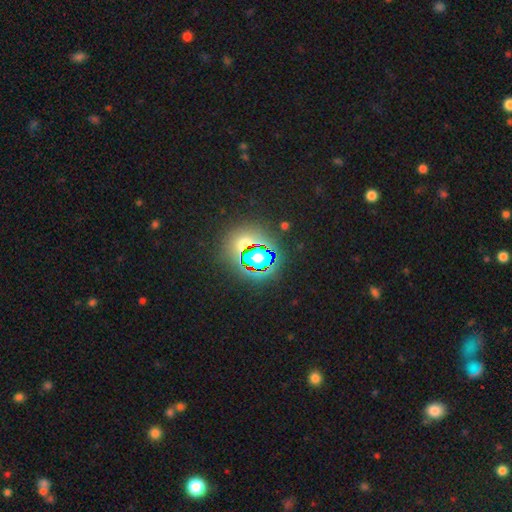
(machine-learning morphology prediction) The model was most divided on "smooth or featured": star or artifact: 60%, smooth: 30%, featured or disk: 10%.